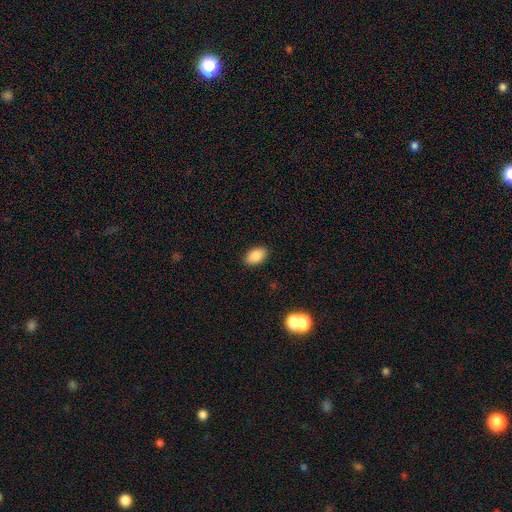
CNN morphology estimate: smooth-or-featured: smooth: 87% | star or artifact: 8% | featured or disk: 5%
  how-rounded: in between: 92% | round: 7% | cigar-shaped: 1%
  merging: none: 89% | minor disturbance: 8% | major disturbance: 2% | merger: 1%